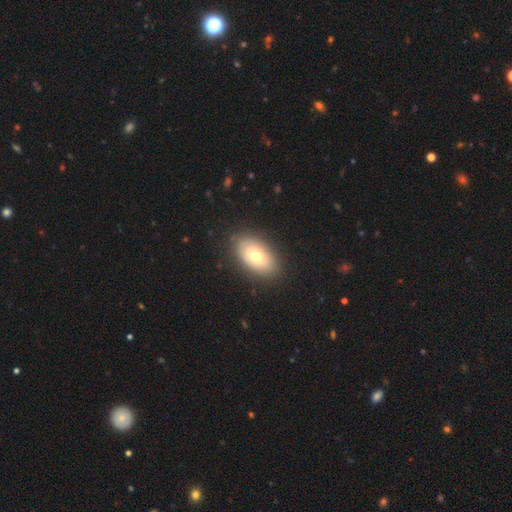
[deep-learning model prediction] Smooth or featured? Predicted: smooth (p=0.68). How rounded? Predicted: in between (p=0.92). Merging? Predicted: none (p=0.86).